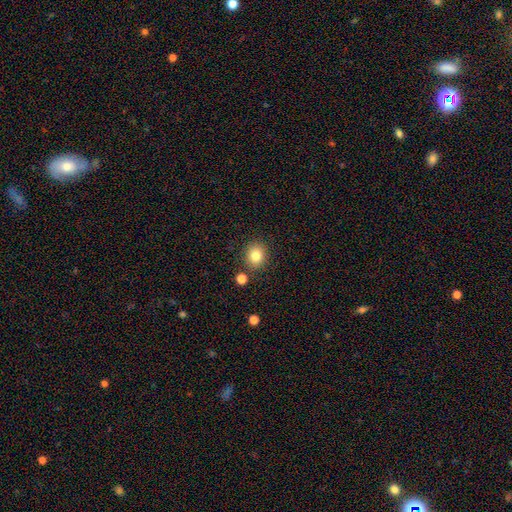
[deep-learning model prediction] Q: Smooth or featured?
A: smooth (82%); runner-up: star or artifact (11%)
Q: How rounded?
A: round (69%); runner-up: in between (31%)
Q: Merging?
A: none (84%); runner-up: minor disturbance (9%)